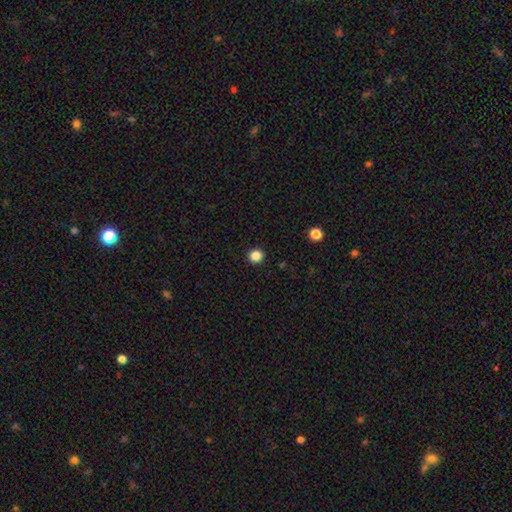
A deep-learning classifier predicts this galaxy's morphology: type=smooth (86%); roundness=round (93%); merging=none (93%).